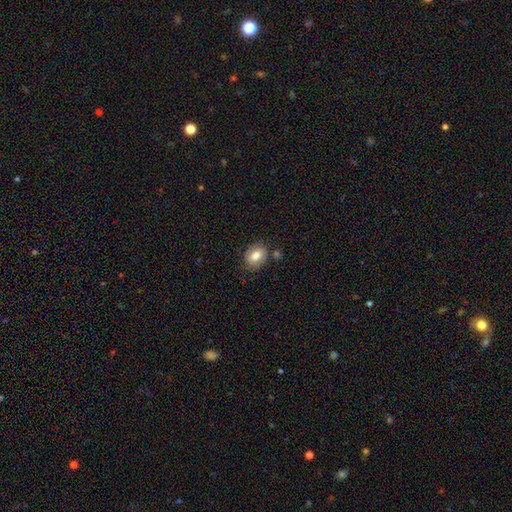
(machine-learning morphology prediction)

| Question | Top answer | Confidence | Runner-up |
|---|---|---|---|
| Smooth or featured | smooth | 78% | featured or disk (14%) |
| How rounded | in between | 63% | round (36%) |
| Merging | none | 74% | minor disturbance (16%) |